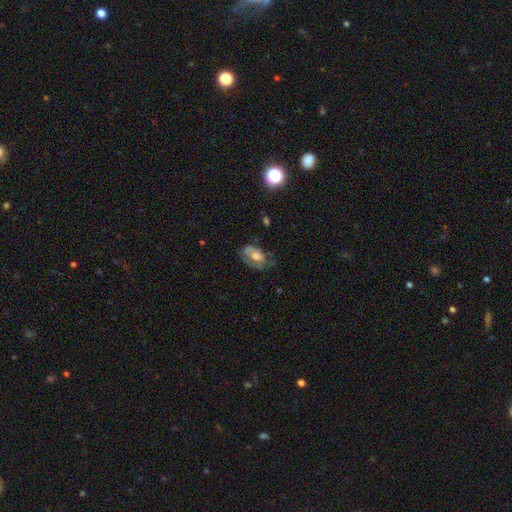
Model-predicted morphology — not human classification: Q: Smooth or featured?
A: featured or disk (48%); runner-up: smooth (41%)
Q: Merging?
A: none (51%); runner-up: minor disturbance (27%)